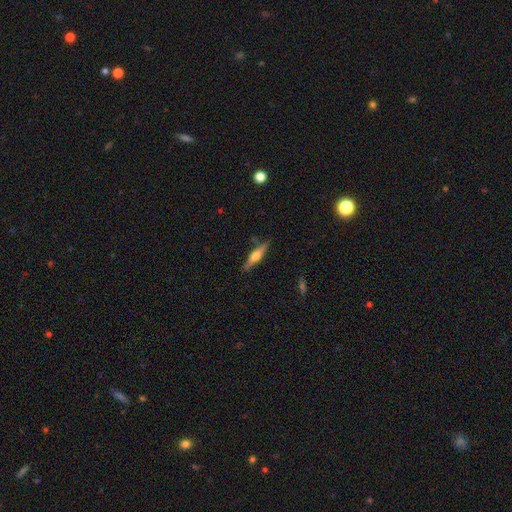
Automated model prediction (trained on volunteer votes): smooth-or-featured: featured or disk: 55% | smooth: 39% | star or artifact: 6%
  disk-edge-on: yes: 95% | no: 5%
    edge-on-bulge: rounded: 83% | boxy: 12% | none: 5%
  merging: none: 82% | minor disturbance: 13% | major disturbance: 3% | merger: 3%